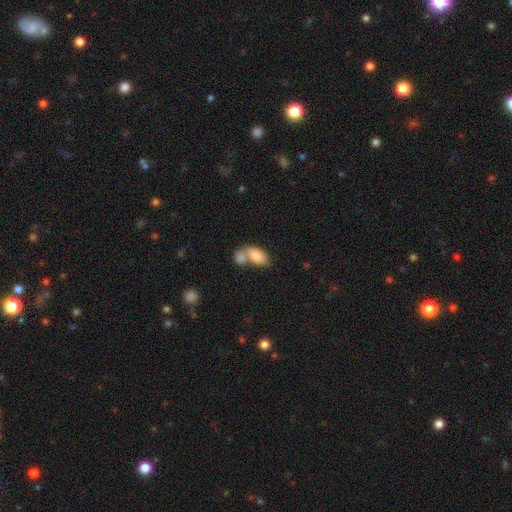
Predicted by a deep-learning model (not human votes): Smooth or featured: smooth — 83% (featured or disk — 10%)
How rounded: in between — 92% (round — 5%)
Merging: merger — 63% (none — 24%)